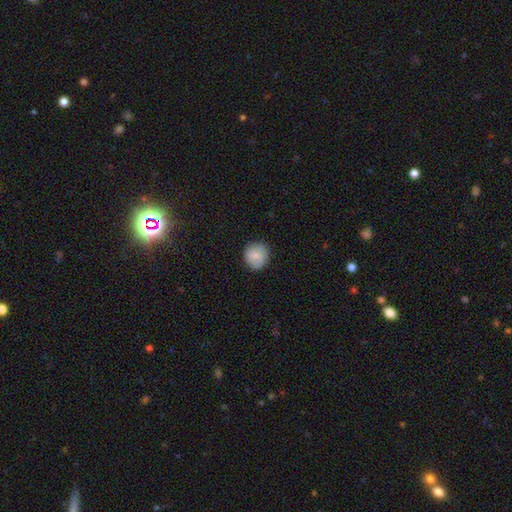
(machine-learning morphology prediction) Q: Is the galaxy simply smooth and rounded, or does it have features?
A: smooth — 78%.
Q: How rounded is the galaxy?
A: round — 91%.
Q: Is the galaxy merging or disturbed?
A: none — 84%.